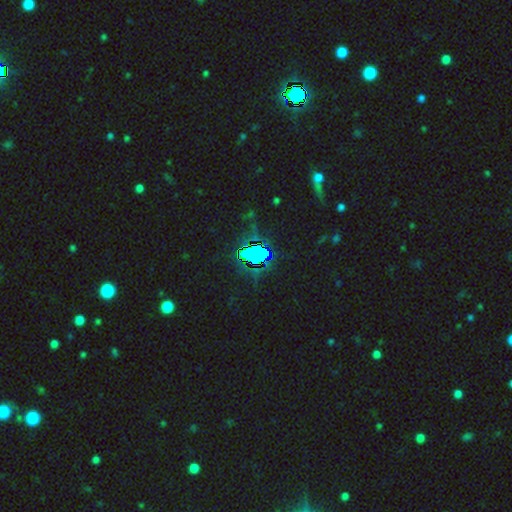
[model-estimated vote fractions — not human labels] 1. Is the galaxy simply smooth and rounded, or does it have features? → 77% star or artifact, 15% smooth, 9% featured or disk.